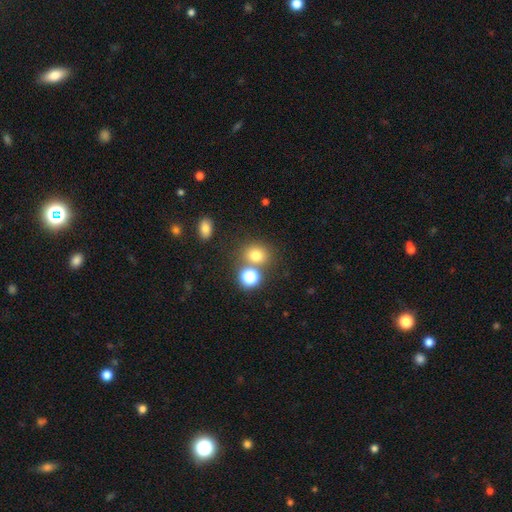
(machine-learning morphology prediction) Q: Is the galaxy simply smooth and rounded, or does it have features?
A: smooth — 74%.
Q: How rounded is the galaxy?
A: round — 76%.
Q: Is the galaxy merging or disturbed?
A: none — 68%.